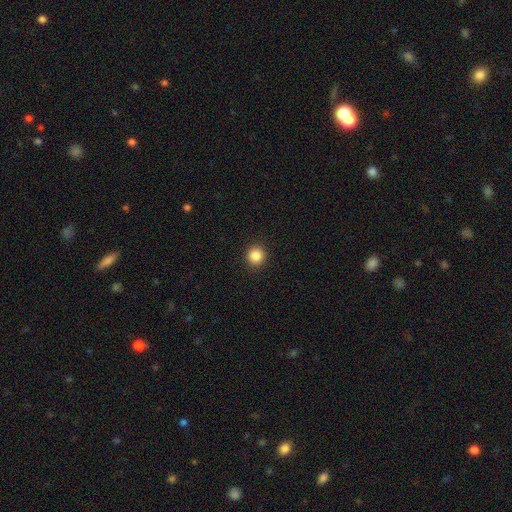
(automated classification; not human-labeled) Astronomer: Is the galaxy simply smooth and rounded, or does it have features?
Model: smooth — 86%.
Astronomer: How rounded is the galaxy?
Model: round — 93%.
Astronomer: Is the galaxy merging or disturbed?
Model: none — 92%.